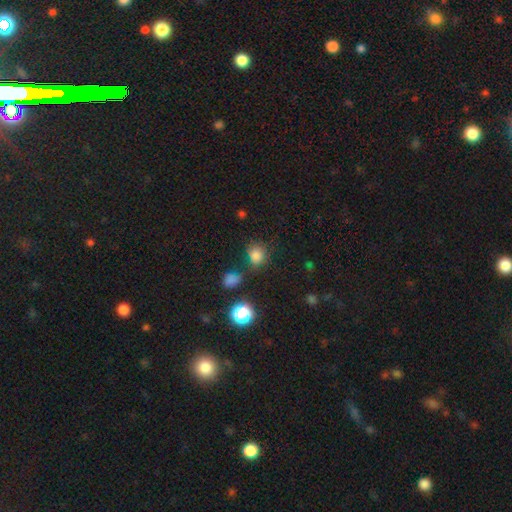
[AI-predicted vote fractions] Smooth or featured: smooth — 76% (star or artifact — 18%)
How rounded: round — 75% (in between — 24%)
Merging: none — 68% (minor disturbance — 16%)